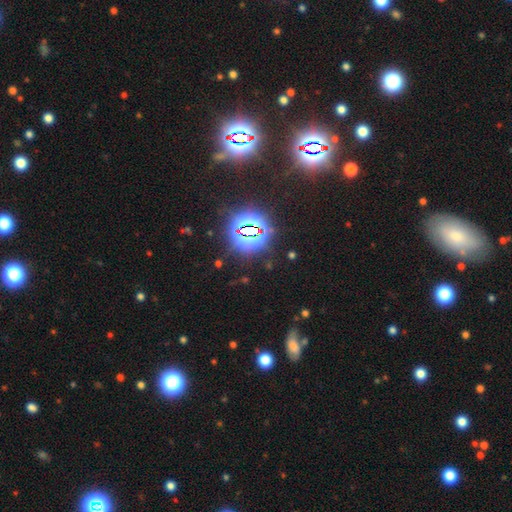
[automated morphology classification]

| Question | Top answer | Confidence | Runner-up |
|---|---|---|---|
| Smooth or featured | star or artifact | 76% | smooth (15%) |